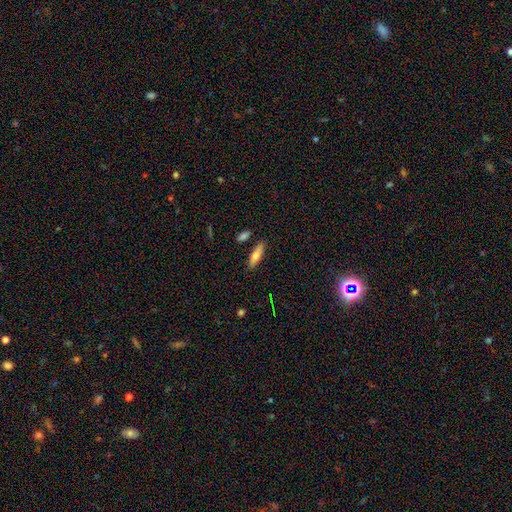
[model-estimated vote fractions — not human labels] A smooth galaxy with no disk features (71%) that is cigar-shaped (57%).

Vote fractions:
- Smooth or featured? smooth: 71% / featured or disk: 22% / star or artifact: 7%
- How rounded? cigar-shaped: 57% / in between: 41% / round: 2%
- Merging? none: 83% / minor disturbance: 10% / merger: 4% / major disturbance: 2%